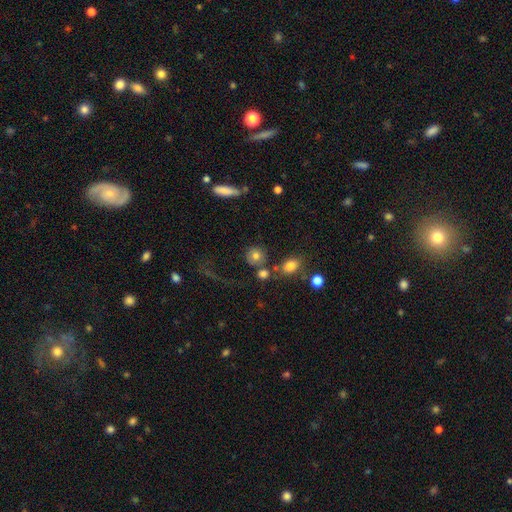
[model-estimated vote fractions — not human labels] Smooth or featured? smooth (77%)
How rounded? round (83%)
Merging? none (69%)